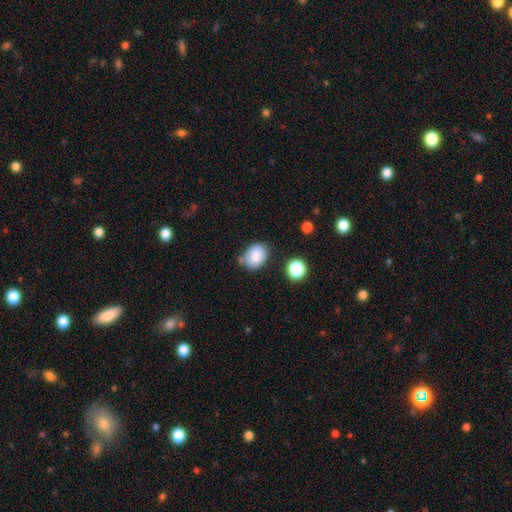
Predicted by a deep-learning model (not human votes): A smooth galaxy with no disk features (79%) that is in between round and cigar-shaped (56%).

Vote fractions:
- Smooth or featured? smooth: 79% / featured or disk: 11% / star or artifact: 9%
- How rounded? in between: 56% / round: 43% / cigar-shaped: 1%
- Merging? none: 64% / minor disturbance: 23% / merger: 7% / major disturbance: 5%